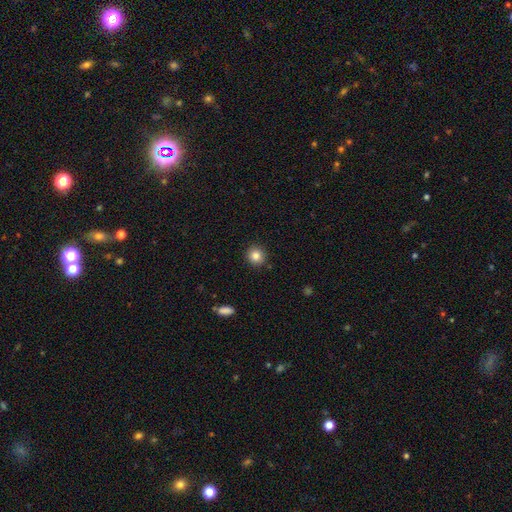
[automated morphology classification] Overall: smooth (84%). How rounded: round (92%). Merging: none (90%).